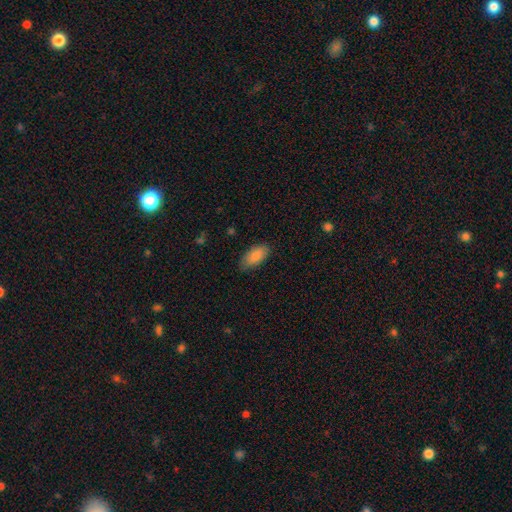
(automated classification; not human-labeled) smooth-or-featured: smooth: 87% | featured or disk: 7% | star or artifact: 6%
  how-rounded: in between: 91% | cigar-shaped: 7% | round: 2%
  merging: none: 82% | minor disturbance: 14% | major disturbance: 3% | merger: 1%